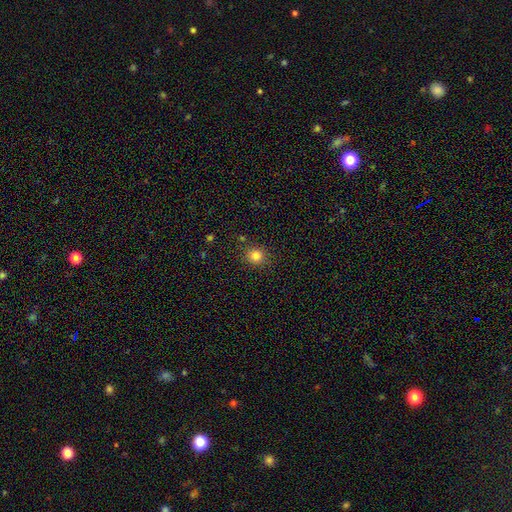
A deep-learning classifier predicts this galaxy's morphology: smooth 82%, star or artifact 13%, featured or disk 5%. Down the decision tree: how rounded — round (86%); merging — none (85%).